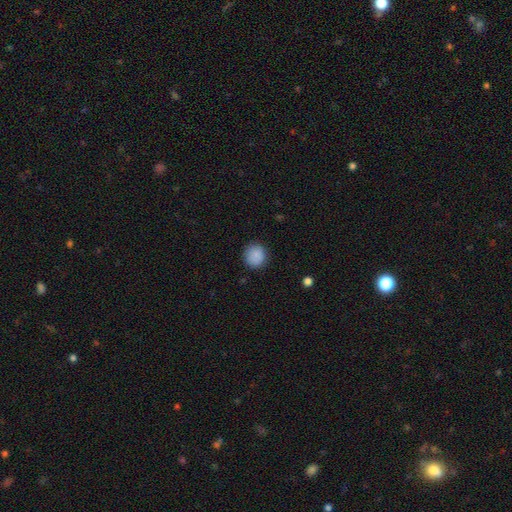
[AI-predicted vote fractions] The model was most divided on "how rounded": round: 88%, in between: 11%, cigar-shaped: 1%. More confident: smooth or featured — smooth (88%); merging — none (88%).